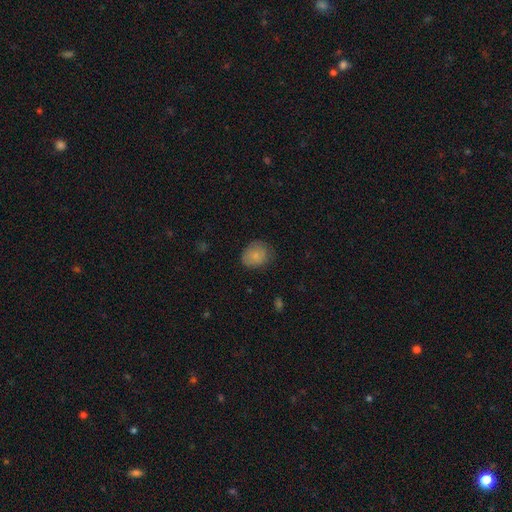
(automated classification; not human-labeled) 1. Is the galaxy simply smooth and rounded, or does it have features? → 81% smooth, 10% featured or disk, 8% star or artifact.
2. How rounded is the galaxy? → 64% round, 35% in between, 1% cigar-shaped.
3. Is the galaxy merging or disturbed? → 70% none, 23% minor disturbance, 6% major disturbance, 1% merger.